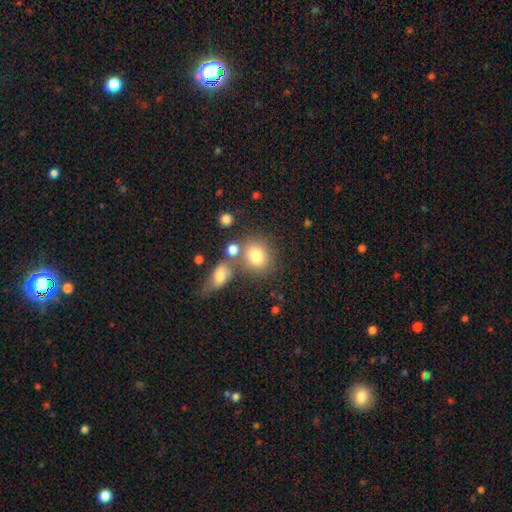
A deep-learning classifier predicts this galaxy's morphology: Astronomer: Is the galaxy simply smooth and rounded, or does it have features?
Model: smooth — 78%.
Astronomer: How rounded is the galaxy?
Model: round — 68%.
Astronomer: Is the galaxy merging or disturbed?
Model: none — 59%.